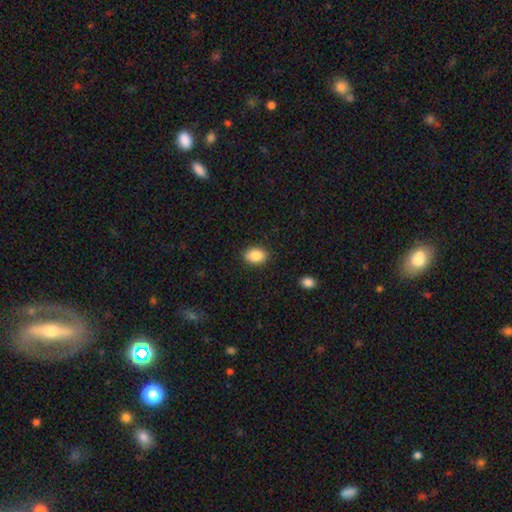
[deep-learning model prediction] A smooth galaxy with no disk features (88%) that is in between round and cigar-shaped (83%).

Vote fractions:
- Smooth or featured? smooth: 88% / star or artifact: 8% / featured or disk: 5%
- How rounded? in between: 83% / round: 16% / cigar-shaped: 1%
- Merging? none: 89% / minor disturbance: 8% / major disturbance: 2% / merger: 1%